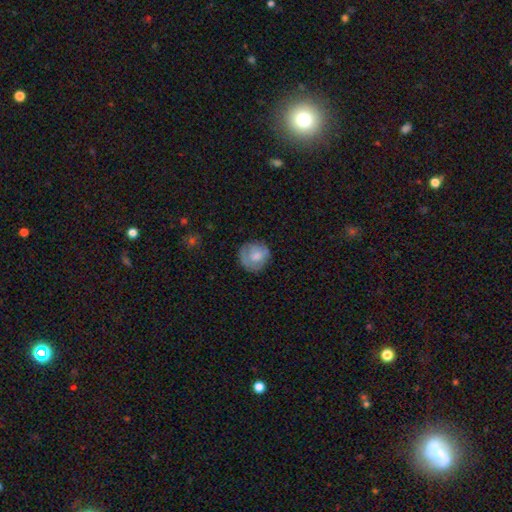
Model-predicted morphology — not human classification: This appears to be a smooth galaxy with no disk features (64%) that is round (88%). Merging: none (72%).